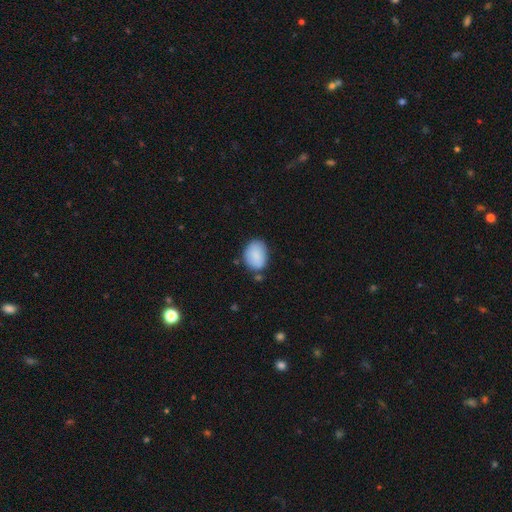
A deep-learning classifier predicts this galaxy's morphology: type=smooth (87%); roundness=in between (71%); merging=none (69%).